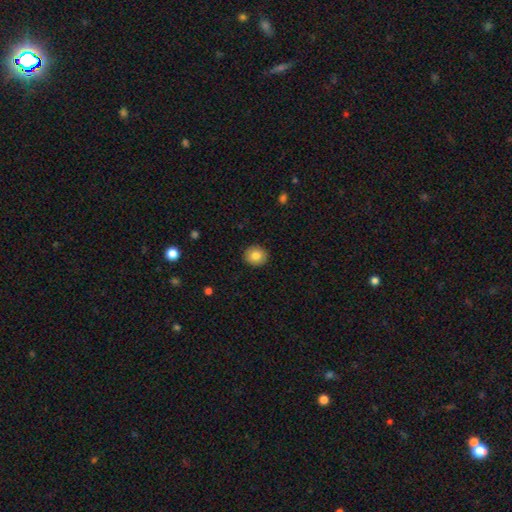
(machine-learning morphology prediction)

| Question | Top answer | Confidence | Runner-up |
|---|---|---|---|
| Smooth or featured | smooth | 83% | featured or disk (9%) |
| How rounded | round | 83% | in between (16%) |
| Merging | none | 91% | minor disturbance (6%) |